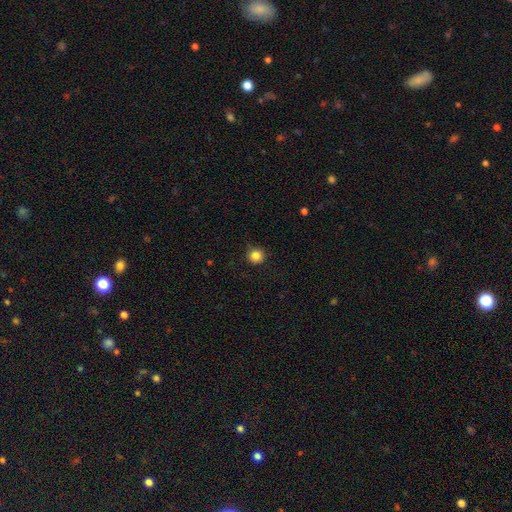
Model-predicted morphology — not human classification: The model was most divided on "smooth or featured": smooth: 85%, star or artifact: 11%, featured or disk: 4%. More confident: how rounded — round (95%); merging — none (88%).